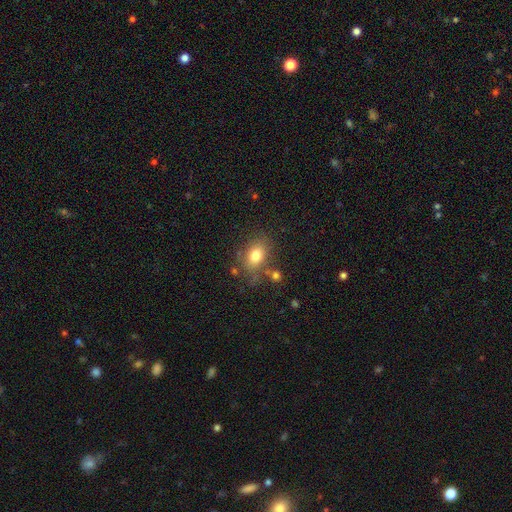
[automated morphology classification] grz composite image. It shows a smooth galaxy with no disk features (78%) that is in between round and cigar-shaped (77%). Merging: none (71%).